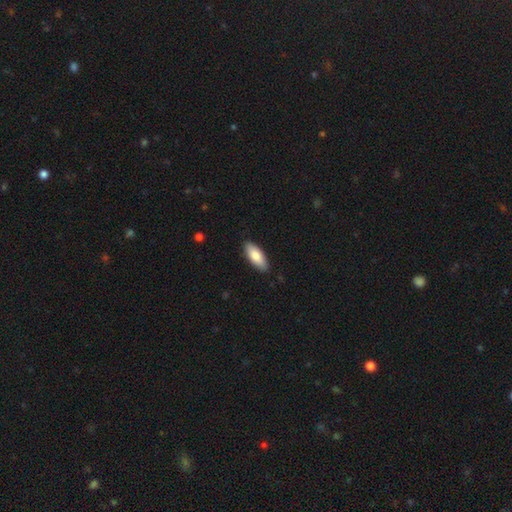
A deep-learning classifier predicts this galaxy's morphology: smooth 83%, featured or disk 12%, star or artifact 5%. Down the decision tree: how rounded — in between (81%); merging — none (88%).